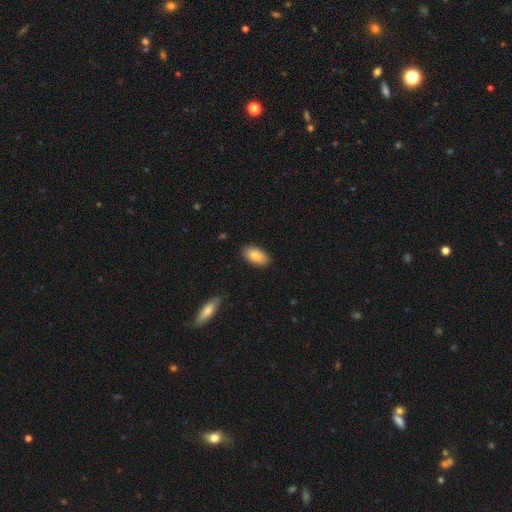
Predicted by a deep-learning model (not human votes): smooth-or-featured: smooth: 87% | featured or disk: 7% | star or artifact: 6%
  how-rounded: in between: 94% | cigar-shaped: 3% | round: 3%
  merging: none: 86% | minor disturbance: 11% | major disturbance: 2% | merger: 1%